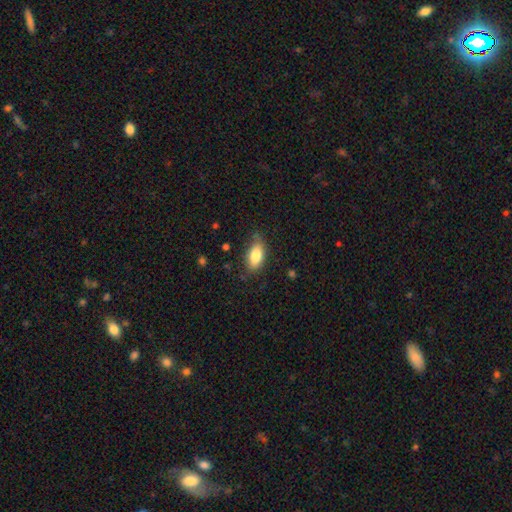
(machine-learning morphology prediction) This is clearly a smooth galaxy (82%). How rounded: clearly in between (89%). Merging: likely none (72%).